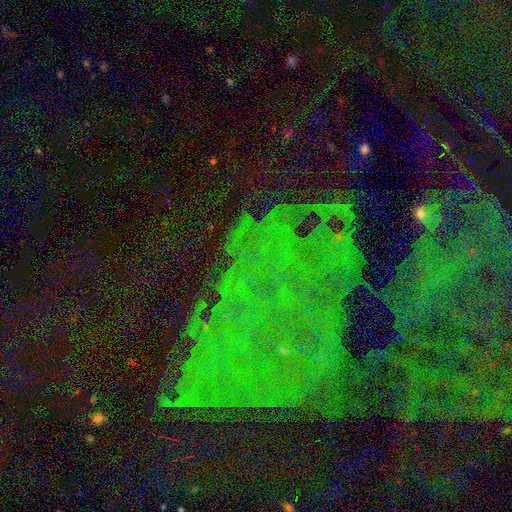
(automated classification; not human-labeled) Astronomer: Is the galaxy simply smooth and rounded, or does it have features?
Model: star or artifact — 74%.